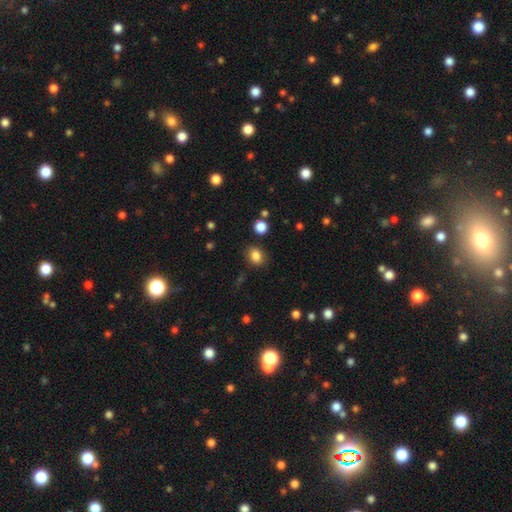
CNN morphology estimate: Smooth or featured: smooth — 84% (star or artifact — 11%)
How rounded: round — 51% (in between — 48%)
Merging: none — 84% (minor disturbance — 10%)